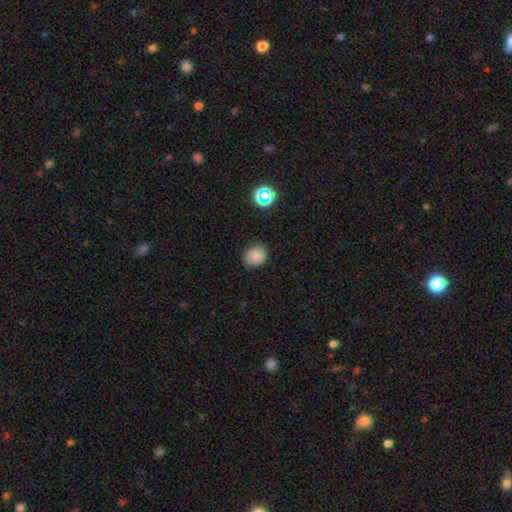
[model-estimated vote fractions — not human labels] The model was most divided on "smooth or featured": smooth: 70%, featured or disk: 17%, star or artifact: 13%. More confident: merging — none (78%); how rounded — round (77%).